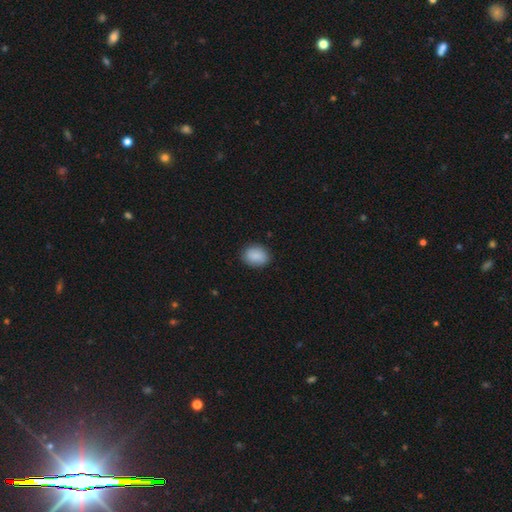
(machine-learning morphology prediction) Smooth or featured? Predicted: smooth (p=0.89). How rounded? Predicted: in between (p=0.53). Merging? Predicted: none (p=0.87).